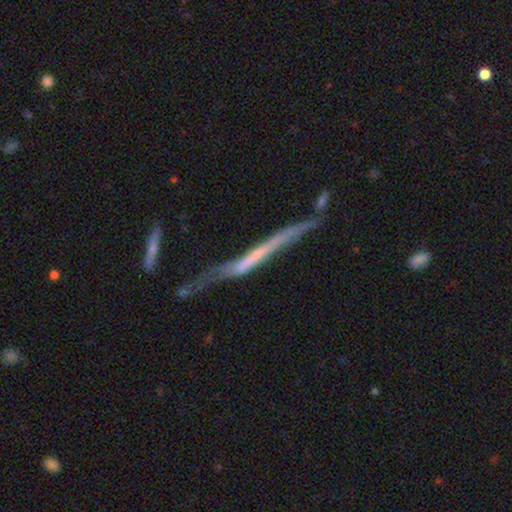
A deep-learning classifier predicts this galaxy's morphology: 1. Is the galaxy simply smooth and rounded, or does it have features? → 65% featured or disk, 27% smooth, 8% star or artifact.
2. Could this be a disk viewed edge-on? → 83% yes, 17% no.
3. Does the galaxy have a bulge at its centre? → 74% none, 14% boxy, 12% rounded.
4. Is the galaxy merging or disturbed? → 39% none, 27% minor disturbance, 23% major disturbance, 11% merger.